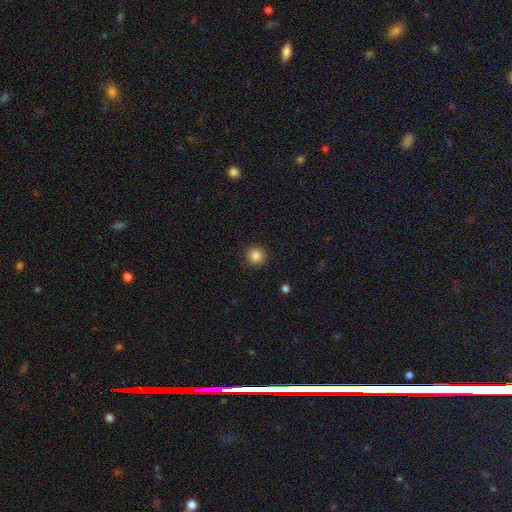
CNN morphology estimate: Smooth or featured?
  - smooth: 86% *
  - star or artifact: 10%
  - featured or disk: 4%
How rounded?
  - round: 94% *
  - in between: 5%
  - cigar-shaped: 1%
Merging?
  - none: 92% *
  - minor disturbance: 5%
  - major disturbance: 2%
  - merger: 1%